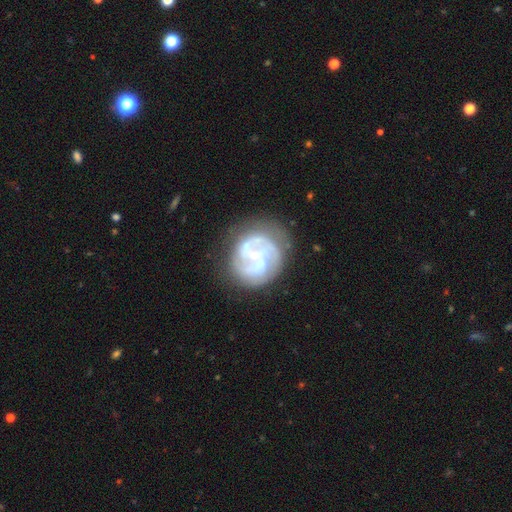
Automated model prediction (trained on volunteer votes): A featured or disk galaxy (82%) with no bar (54%), 3 (33%) tight (50%) spiral arms (90%) and a small central bulge (73%). Merging: none (68%).